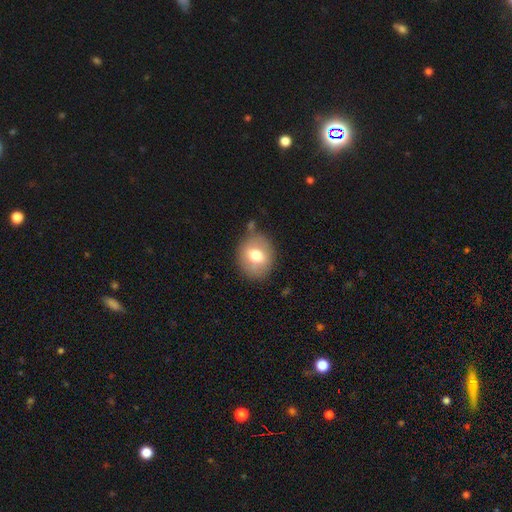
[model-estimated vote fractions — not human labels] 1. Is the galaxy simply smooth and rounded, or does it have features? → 68% smooth, 24% featured or disk, 9% star or artifact.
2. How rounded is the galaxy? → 64% round, 35% in between, 1% cigar-shaped.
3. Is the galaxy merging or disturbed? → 78% none, 14% minor disturbance, 4% major disturbance, 4% merger.